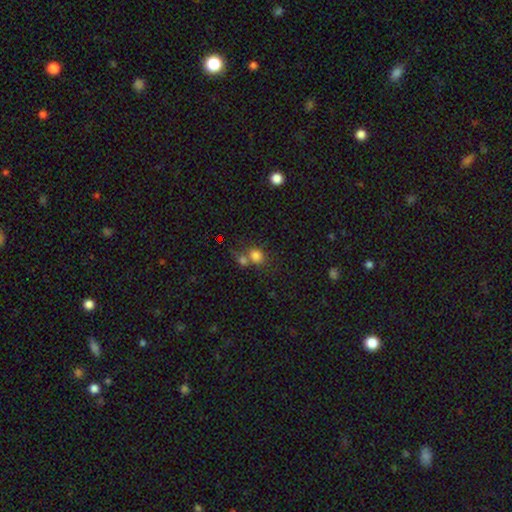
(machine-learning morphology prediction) smooth-or-featured: smooth: 78% | star or artifact: 13% | featured or disk: 9%
  how-rounded: round: 71% | in between: 28% | cigar-shaped: 1%
  merging: merger: 44% | none: 41% | minor disturbance: 9% | major disturbance: 5%